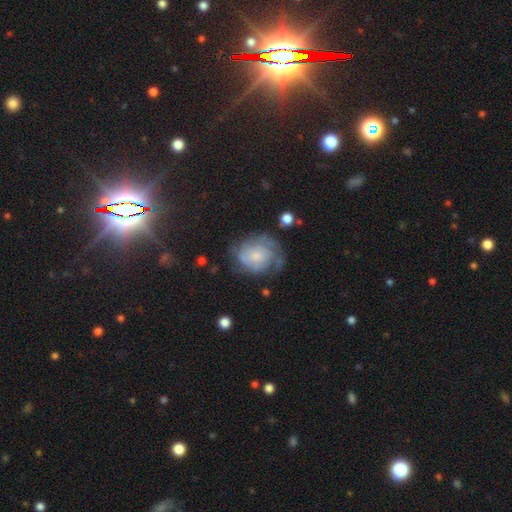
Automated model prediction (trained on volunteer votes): Q: Smooth or featured?
A: featured or disk (64%); runner-up: smooth (27%)
Q: Edge-on disk?
A: no (97%); runner-up: yes (3%)
Q: Bar?
A: no (72%); runner-up: weak (25%)
Q: Spiral arms?
A: yes (83%); runner-up: no (17%)
Q: Spiral winding?
A: tight (59%); runner-up: medium (30%)
Q: Spiral arm count?
A: can't tell (48%); runner-up: 2 (24%)
Q: Bulge size?
A: small (49%); runner-up: moderate (32%)
Q: Merging?
A: none (58%); runner-up: minor disturbance (23%)